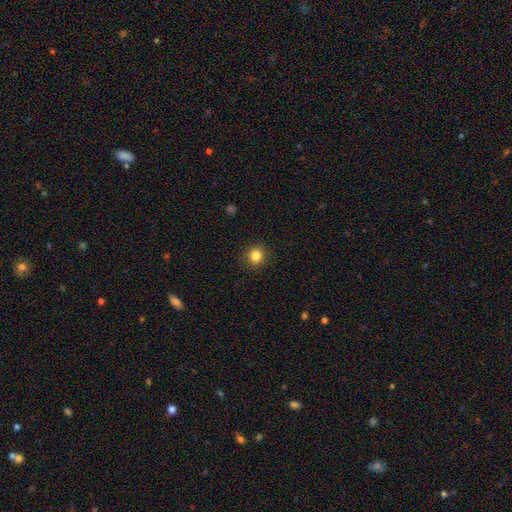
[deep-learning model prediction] Smooth or featured: smooth — 84% (star or artifact — 11%)
How rounded: round — 90% (in between — 9%)
Merging: none — 91% (minor disturbance — 6%)